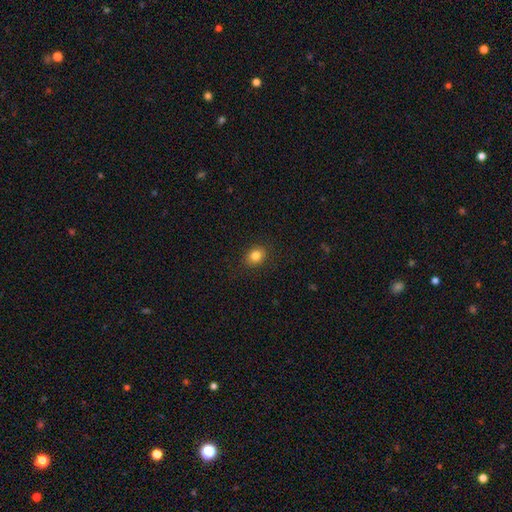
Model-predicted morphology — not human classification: Smooth or featured: smooth — 83% (star or artifact — 11%)
How rounded: round — 60% (in between — 39%)
Merging: none — 89% (minor disturbance — 8%)